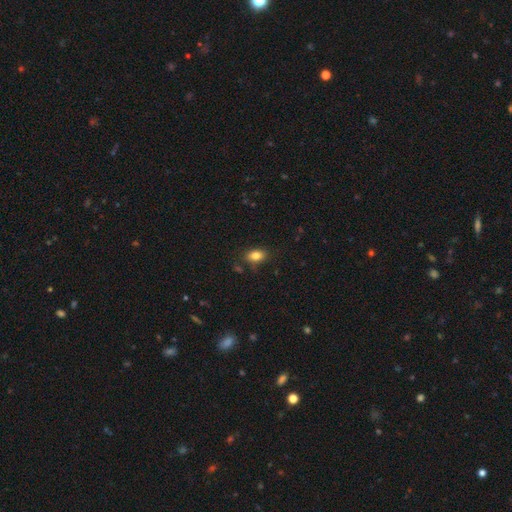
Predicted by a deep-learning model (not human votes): Smooth or featured? smooth (83%)
How rounded? in between (84%)
Merging? none (79%)